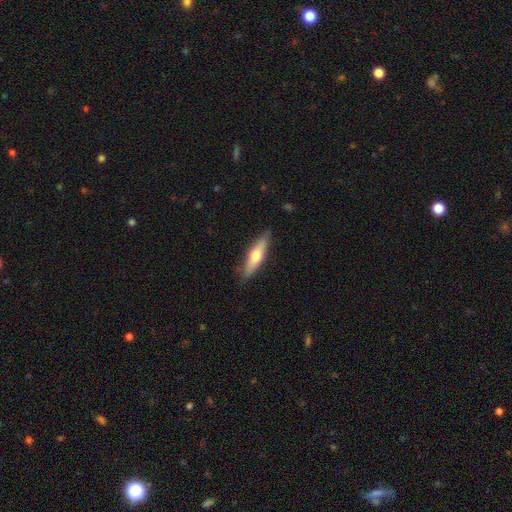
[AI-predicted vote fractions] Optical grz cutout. It shows a smooth galaxy with no disk features (53%) that is cigar-shaped (69%). Merging: none (86%).